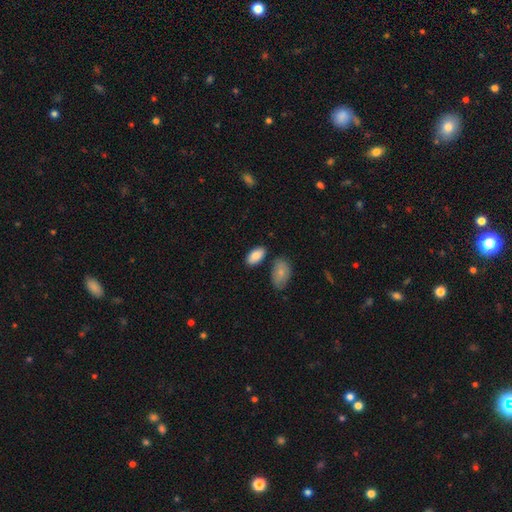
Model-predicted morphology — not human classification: Smooth or featured? Predicted: smooth (p=0.85). How rounded? Predicted: in between (p=0.94). Merging? Predicted: none (p=0.78).